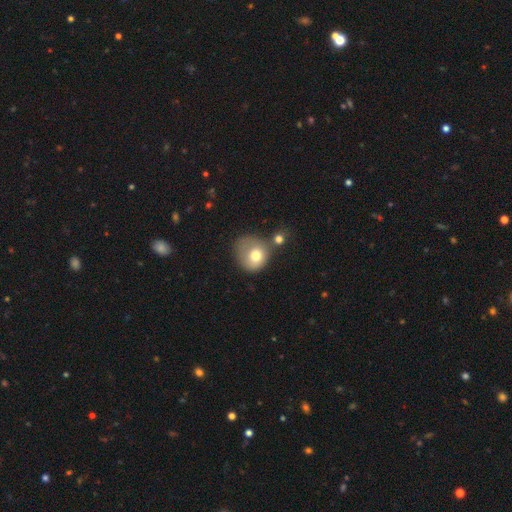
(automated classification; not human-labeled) smooth 72%, featured or disk 19%, star or artifact 9%. Down the decision tree: how rounded — round (76%); merging — none (36%).